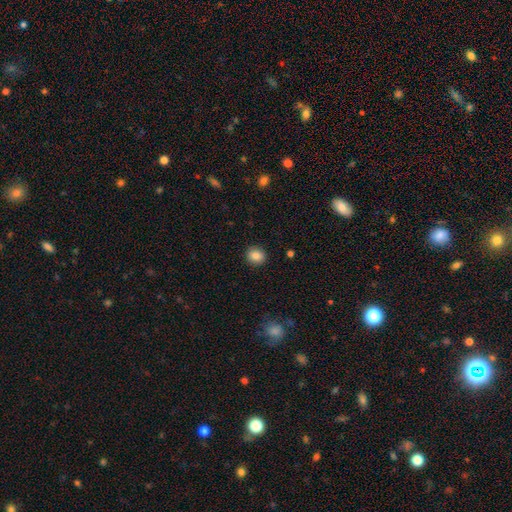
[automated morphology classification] smooth_or_featured: smooth (p=0.86) [alt: star or artifact p=0.09]
how_rounded: round (p=0.78) [alt: in between p=0.21]
merging: none (p=0.91) [alt: minor disturbance p=0.06]